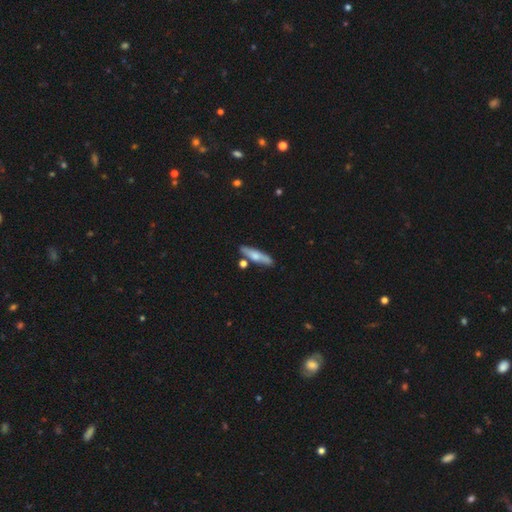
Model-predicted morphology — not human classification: Overall: smooth (61%; featured or disk 33%). How rounded: cigar-shaped (75%). Merging: none (77%).